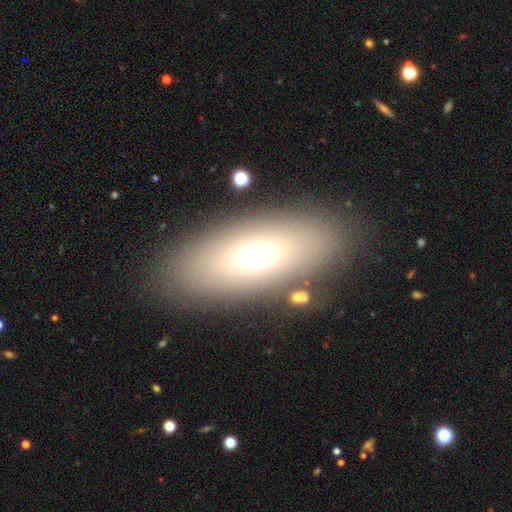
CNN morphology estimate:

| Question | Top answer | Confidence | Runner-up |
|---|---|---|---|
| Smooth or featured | smooth | 65% | featured or disk (23%) |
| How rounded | in between | 81% | cigar-shaped (14%) |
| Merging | none | 84% | minor disturbance (9%) |